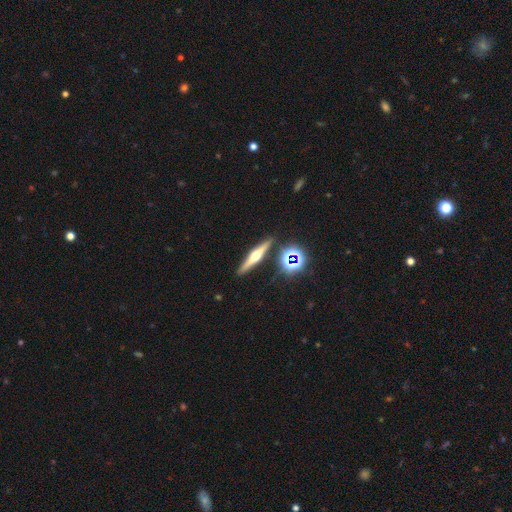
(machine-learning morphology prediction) Overall: featured or disk (63%; smooth 25%). Edge-on disk: yes (96%). Edge-on bulge: rounded (92%). Merging: none (89%).